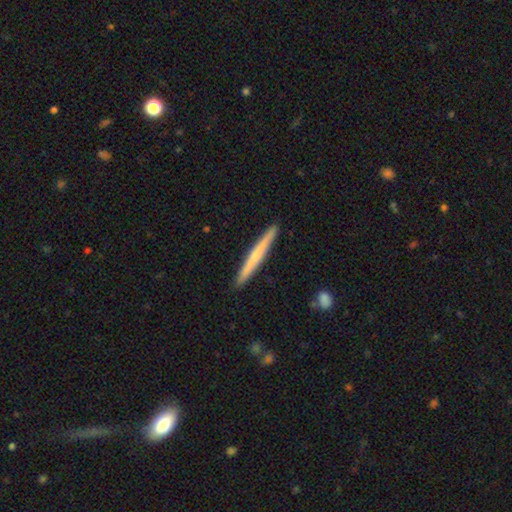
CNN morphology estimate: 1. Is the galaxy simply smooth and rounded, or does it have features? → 56% smooth, 39% featured or disk, 5% star or artifact.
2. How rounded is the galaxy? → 97% cigar-shaped, 2% in between, 1% round.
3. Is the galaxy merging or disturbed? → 92% none, 6% minor disturbance, 1% major disturbance, 1% merger.